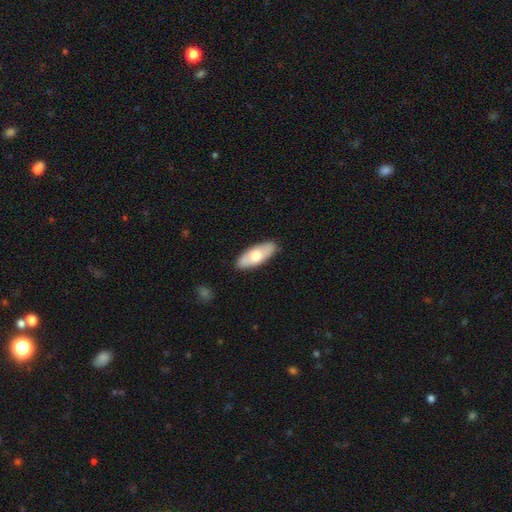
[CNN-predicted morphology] Overall: smooth (62%; featured or disk 33%). How rounded: in between (82%). Merging: none (88%).